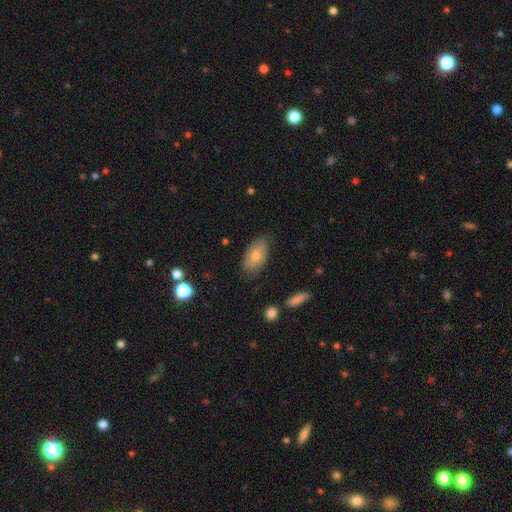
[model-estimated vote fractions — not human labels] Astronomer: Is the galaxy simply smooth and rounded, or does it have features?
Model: smooth — 75%.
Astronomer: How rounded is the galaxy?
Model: in between — 93%.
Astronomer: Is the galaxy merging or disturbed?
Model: none — 73%.